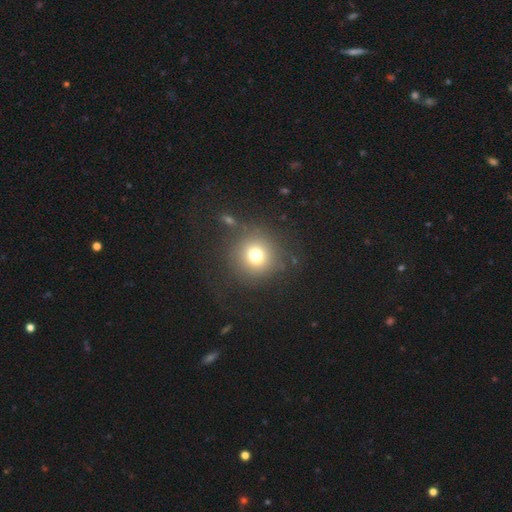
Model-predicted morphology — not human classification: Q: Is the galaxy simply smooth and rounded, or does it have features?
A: smooth — 73%.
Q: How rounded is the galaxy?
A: round — 94%.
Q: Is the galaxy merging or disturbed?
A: none — 81%.